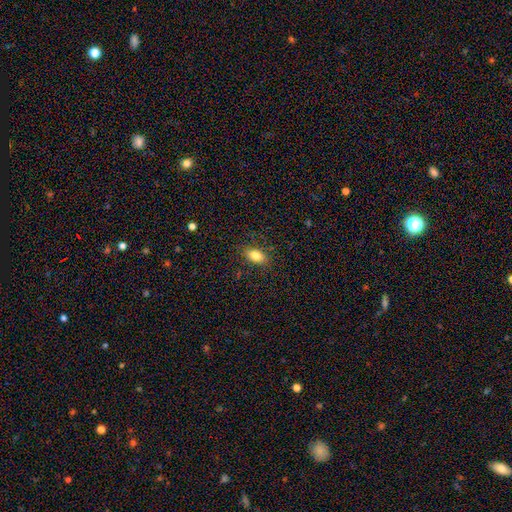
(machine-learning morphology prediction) Smooth or featured? smooth (81%)
How rounded? in between (88%)
Merging? none (85%)